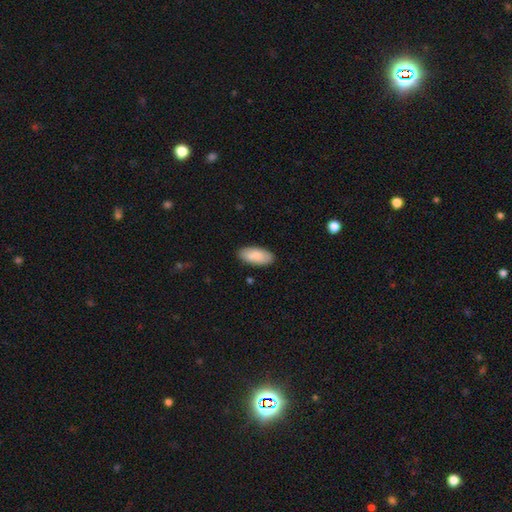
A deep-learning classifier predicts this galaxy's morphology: A smooth galaxy with no disk features (85%) that is in between round and cigar-shaped (91%).

Vote fractions:
- Smooth or featured? smooth: 85% / featured or disk: 10% / star or artifact: 6%
- How rounded? in between: 91% / cigar-shaped: 8% / round: 2%
- Merging? none: 85% / minor disturbance: 11% / merger: 2% / major disturbance: 2%